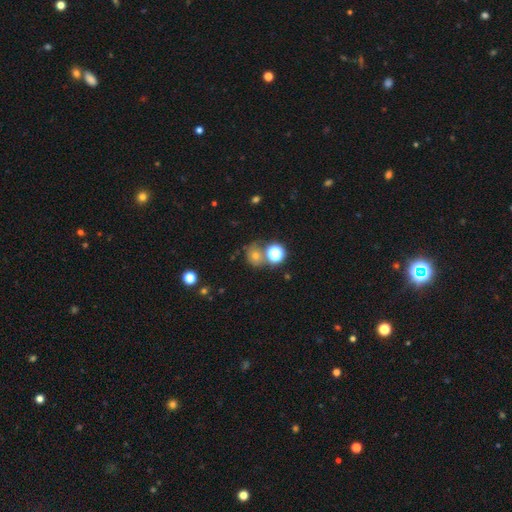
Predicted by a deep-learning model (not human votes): Smooth or featured? Predicted: smooth (p=0.45). Merging? Predicted: none (p=0.63).